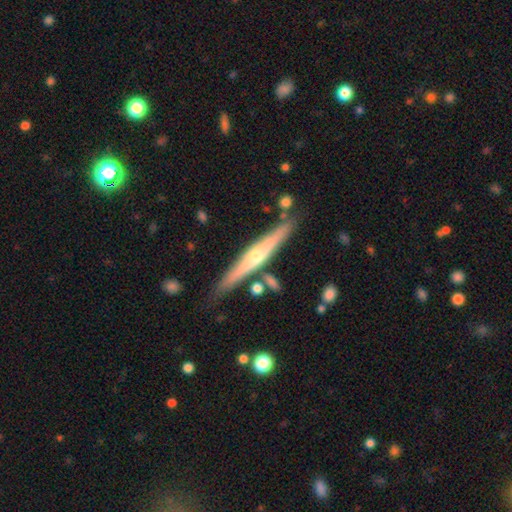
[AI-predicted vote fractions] A featured or disk galaxy (67%) viewed edge-on (95%) with a rounded central bulge (83%).

Vote fractions:
- Smooth or featured? featured or disk: 67% / smooth: 27% / star or artifact: 6%
- Edge-on disk? yes: 95% / no: 5%
- Edge-on bulge? rounded: 83% / none: 13% / boxy: 4%
- Merging? none: 82% / minor disturbance: 11% / merger: 5% / major disturbance: 2%